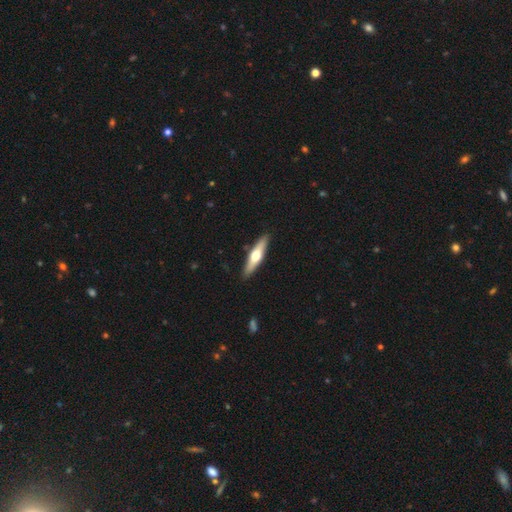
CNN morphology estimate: type=featured or disk (51%); edge-on=yes (91%); merging=none (89%).